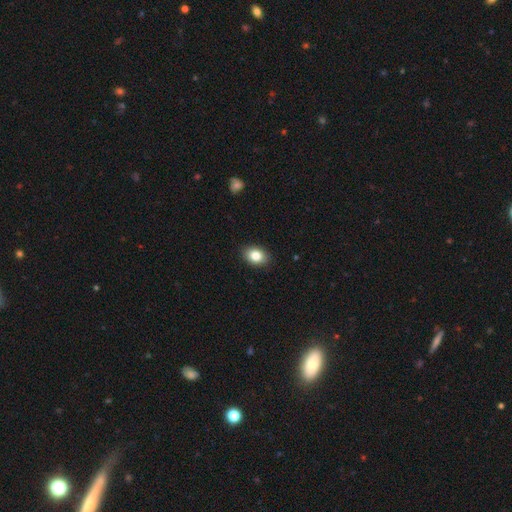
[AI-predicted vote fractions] The model was most divided on "how rounded": in between: 75%, round: 24%, cigar-shaped: 1%. More confident: merging — none (89%); smooth or featured — smooth (84%).